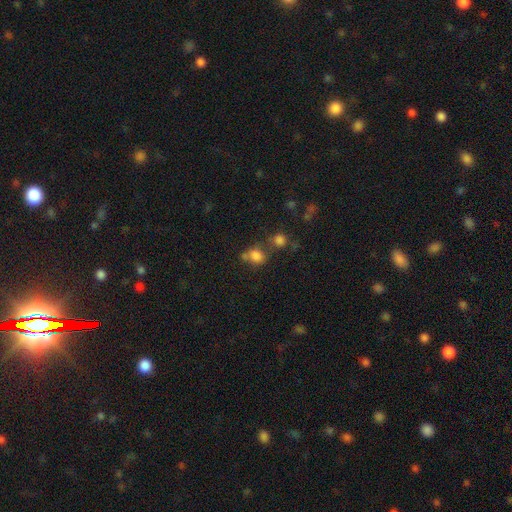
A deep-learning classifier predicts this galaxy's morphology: Overall: smooth (78%). How rounded: round (53%; in between 46%). Merging: none (41%; merger 34%).